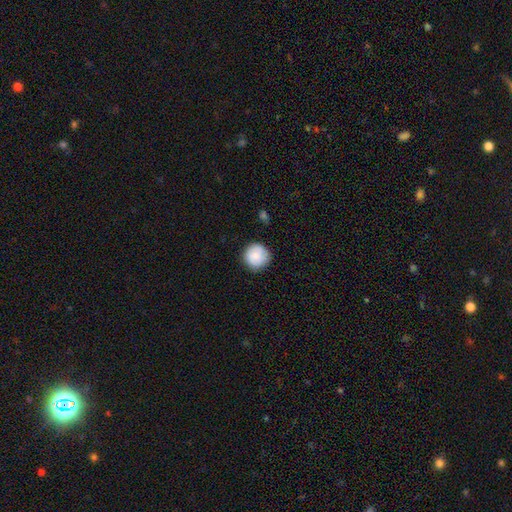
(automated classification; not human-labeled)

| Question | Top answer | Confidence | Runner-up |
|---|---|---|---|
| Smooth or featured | smooth | 85% | featured or disk (8%) |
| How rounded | round | 95% | in between (4%) |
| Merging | none | 85% | minor disturbance (11%) |